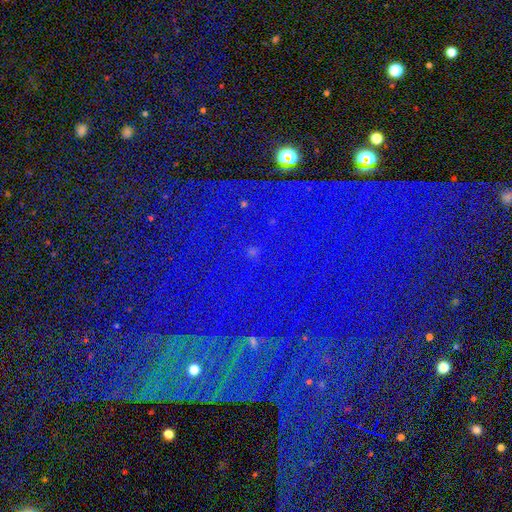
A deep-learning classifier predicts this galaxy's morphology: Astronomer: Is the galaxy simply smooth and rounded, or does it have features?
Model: star or artifact — 83%.